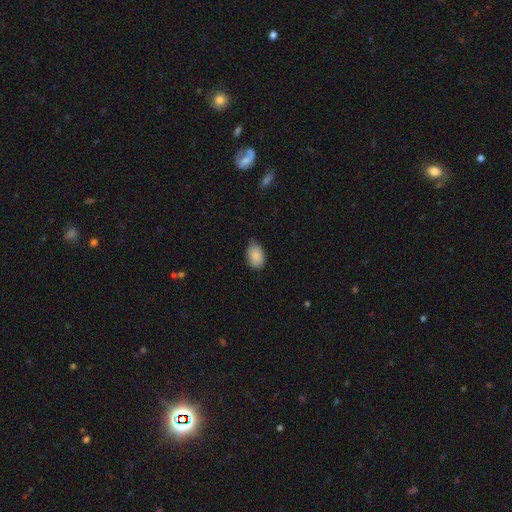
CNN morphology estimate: type=smooth (87%); roundness=in between (85%); merging=none (67%).